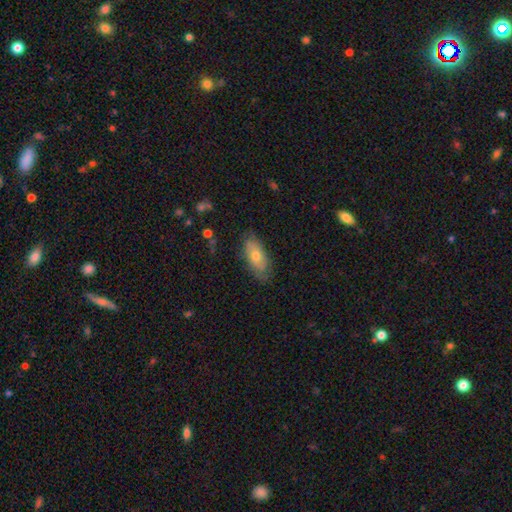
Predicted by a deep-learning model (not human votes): Q: Smooth or featured?
A: smooth (62%); runner-up: featured or disk (32%)
Q: How rounded?
A: in between (85%); runner-up: cigar-shaped (11%)
Q: Merging?
A: none (76%); runner-up: minor disturbance (19%)